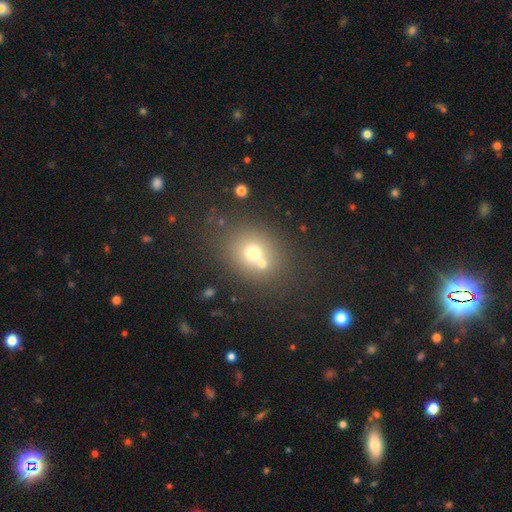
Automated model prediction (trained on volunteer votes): This is likely a smooth galaxy (64%). How rounded: likely round (66%). Merging: possibly none (53%).